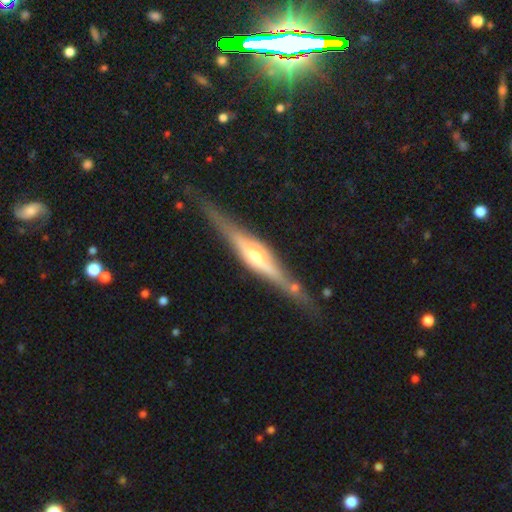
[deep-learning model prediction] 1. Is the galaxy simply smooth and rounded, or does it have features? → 82% featured or disk, 12% smooth, 6% star or artifact.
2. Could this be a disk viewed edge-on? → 97% yes, 3% no.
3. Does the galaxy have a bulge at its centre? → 83% rounded, 13% boxy, 4% none.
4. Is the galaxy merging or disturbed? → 84% none, 11% minor disturbance, 3% major disturbance, 2% merger.